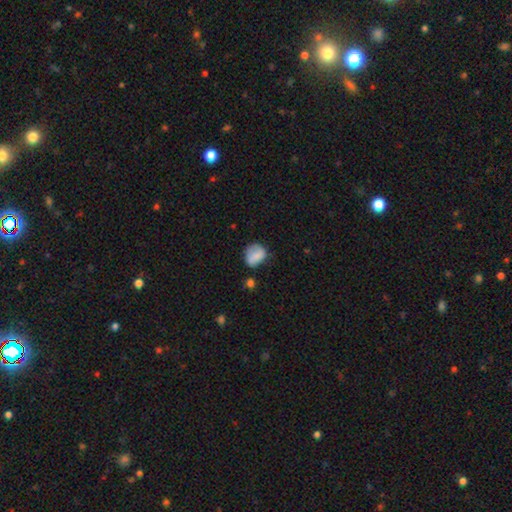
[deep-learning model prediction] Overall: smooth (77%). How rounded: round (59%; in between 40%). Merging: none (56%; minor disturbance 29%).